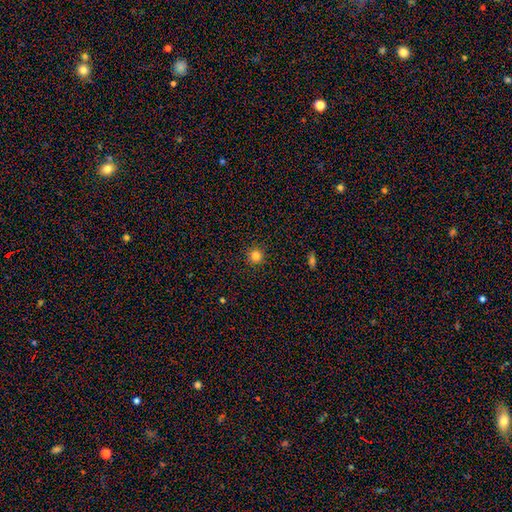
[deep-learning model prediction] Smooth or featured? Predicted: smooth (p=0.82). How rounded? Predicted: round (p=0.95). Merging? Predicted: none (p=0.92).